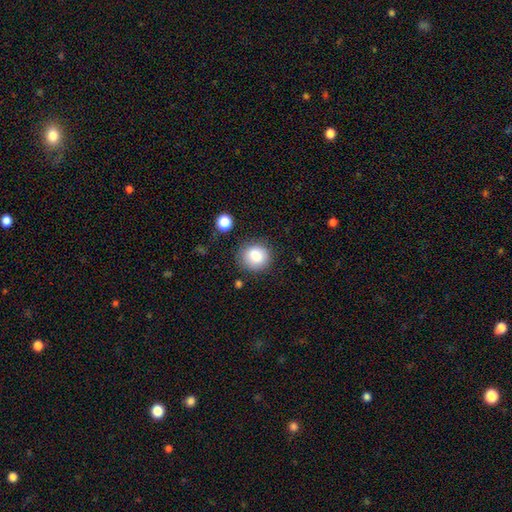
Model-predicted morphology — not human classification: A smooth galaxy with no disk features (85%) that is round (85%).

Vote fractions:
- Smooth or featured? smooth: 85% / star or artifact: 9% / featured or disk: 6%
- How rounded? round: 85% / in between: 14% / cigar-shaped: 1%
- Merging? none: 81% / minor disturbance: 12% / major disturbance: 4% / merger: 3%